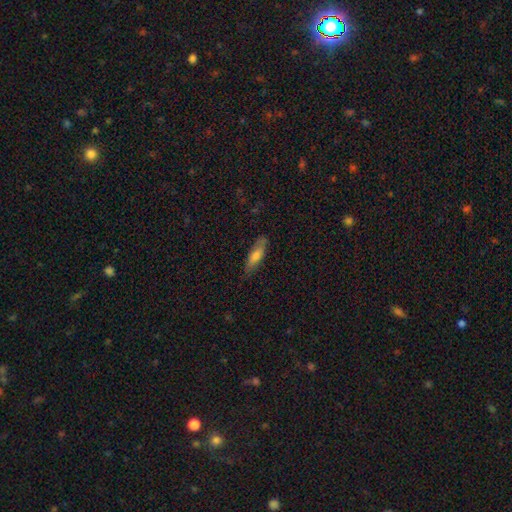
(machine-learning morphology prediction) This appears to be a smooth galaxy with no disk features (67%) that is cigar-shaped (55%). Merging: none (79%).